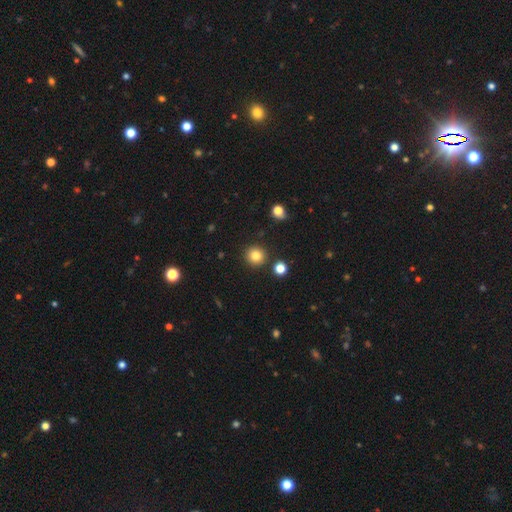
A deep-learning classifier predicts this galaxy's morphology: Smooth or featured? smooth (82%)
How rounded? round (94%)
Merging? none (89%)